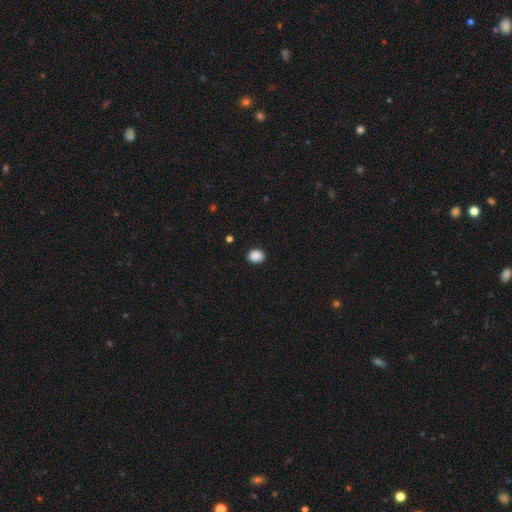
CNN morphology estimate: smooth-or-featured: smooth: 89% | star or artifact: 9% | featured or disk: 2%
  how-rounded: in between: 51% | round: 48% | cigar-shaped: 1%
  merging: none: 89% | minor disturbance: 8% | major disturbance: 2% | merger: 1%